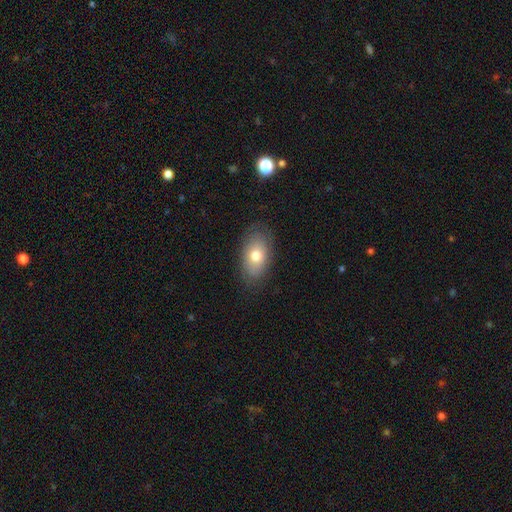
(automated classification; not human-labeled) Morphology: type=smooth (72%); roundness=in between (90%); merging=none (81%).